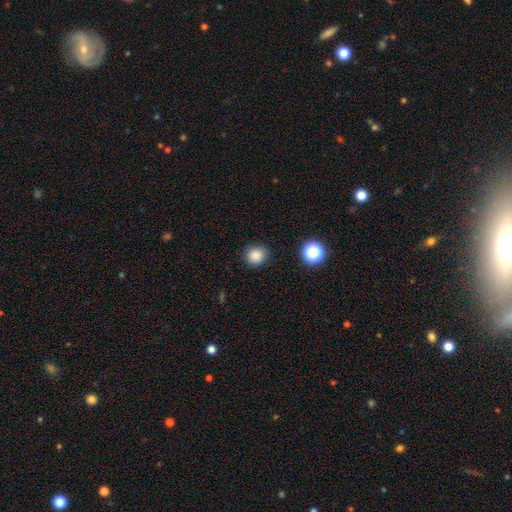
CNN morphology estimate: smooth-or-featured: smooth: 85% | star or artifact: 12% | featured or disk: 3%
  how-rounded: round: 88% | in between: 11% | cigar-shaped: 1%
  merging: none: 88% | minor disturbance: 8% | major disturbance: 2% | merger: 1%